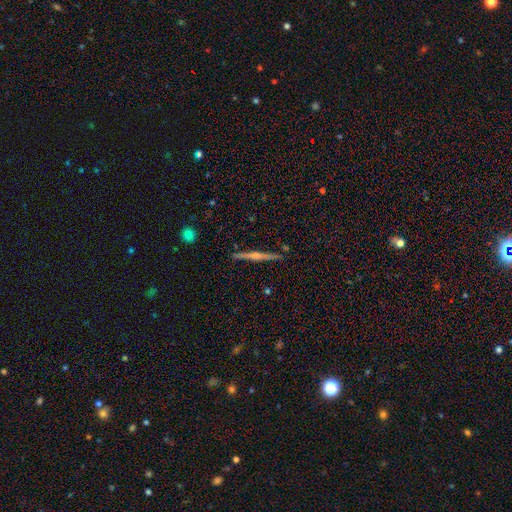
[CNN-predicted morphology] The model was most divided on "smooth or featured": featured or disk: 69%, smooth: 18%, star or artifact: 13%. More confident: edge-on disk — yes (95%); merging — none (87%); edge-on bulge — rounded (74%).